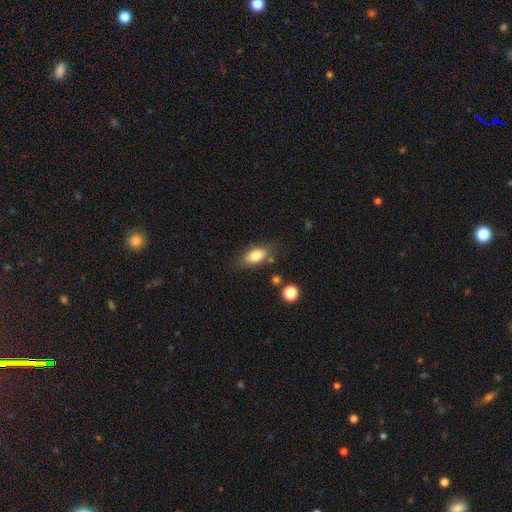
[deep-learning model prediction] A smooth galaxy with no disk features (80%) that is in between round and cigar-shaped (86%).

Vote fractions:
- Smooth or featured? smooth: 80% / featured or disk: 12% / star or artifact: 8%
- How rounded? in between: 86% / round: 8% / cigar-shaped: 5%
- Merging? none: 76% / minor disturbance: 16% / merger: 4% / major disturbance: 4%